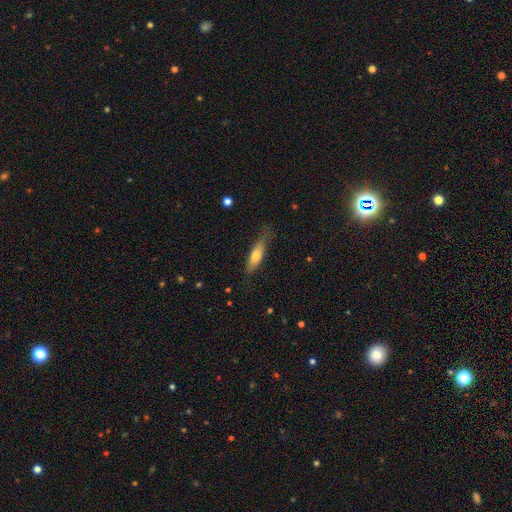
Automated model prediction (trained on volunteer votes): smooth_or_featured: smooth (p=0.68) [alt: featured or disk p=0.26]
how_rounded: cigar-shaped (p=0.58) [alt: in between p=0.40]
merging: none (p=0.68) [alt: minor disturbance p=0.24]